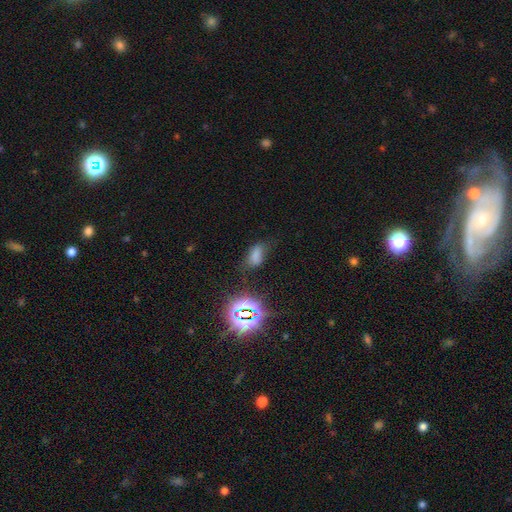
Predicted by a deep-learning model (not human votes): Overall: smooth (63%; star or artifact 26%). How rounded: in between (86%). Merging: none (53%; minor disturbance 27%).